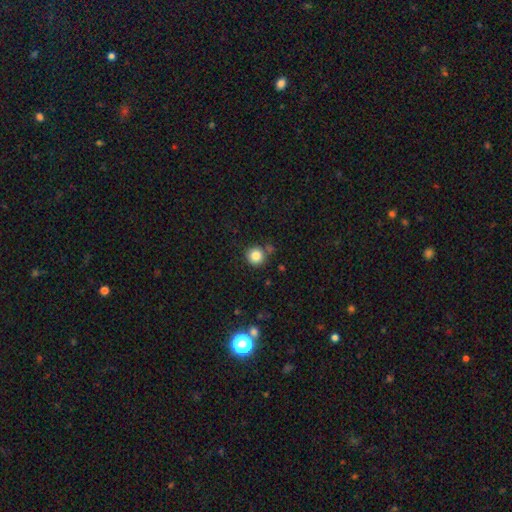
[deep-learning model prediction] A smooth galaxy with no disk features (85%) that is round (94%).

Vote fractions:
- Smooth or featured? smooth: 85% / star or artifact: 11% / featured or disk: 5%
- How rounded? round: 94% / in between: 5% / cigar-shaped: 1%
- Merging? none: 81% / minor disturbance: 10% / merger: 7% / major disturbance: 3%